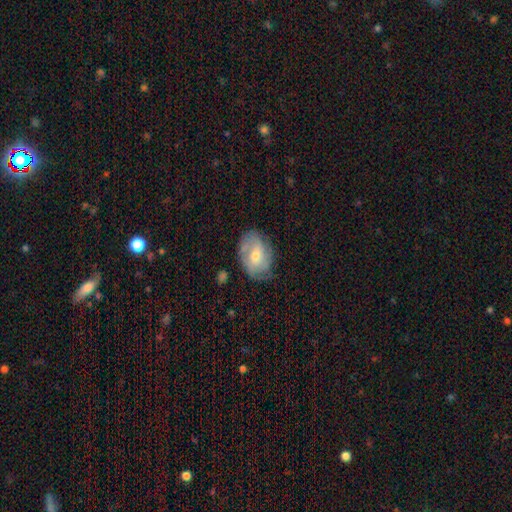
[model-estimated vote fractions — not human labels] Overall: featured or disk (61%; smooth 32%). Edge-on disk: no (96%). Bar: no (53%; weak 38%). Spiral arms: yes (82%). Bulge size: moderate (52%; small 44%). Merging: none (69%).